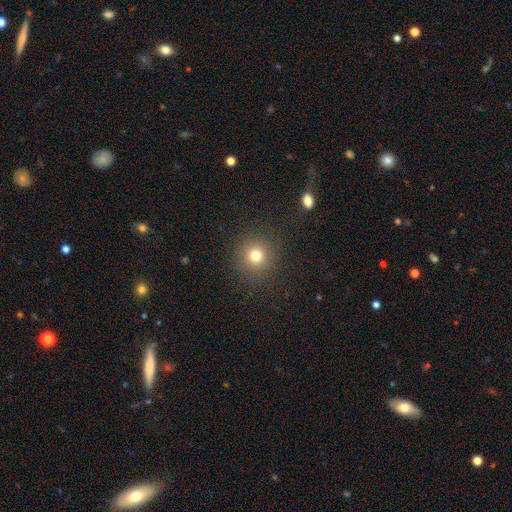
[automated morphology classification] Overall: smooth (77%). How rounded: round (93%). Merging: none (89%).